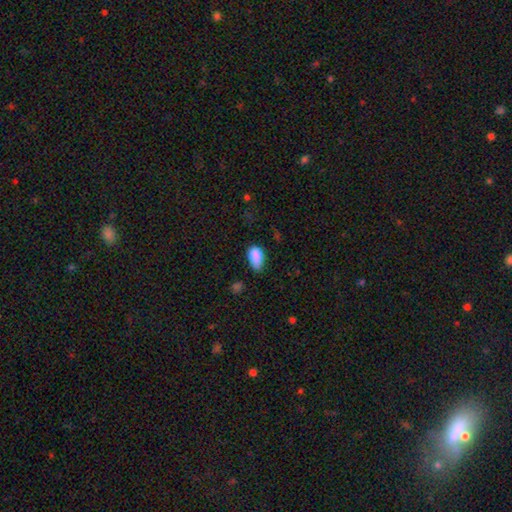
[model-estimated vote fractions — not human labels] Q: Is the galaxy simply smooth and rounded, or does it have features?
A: smooth — 87%.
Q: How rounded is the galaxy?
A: in between — 92%.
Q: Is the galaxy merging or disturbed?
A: none — 48%.